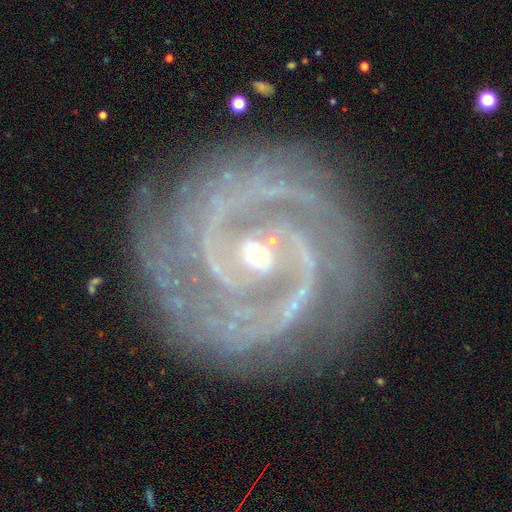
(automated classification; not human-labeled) Morphology: type=featured or disk (92%); edge-on=no (97%); bar=no (39%); spiral arms=yes (99%); winding=tight (72%); arm count=2 (64%); bulge=small (58%); merging=none (80%).